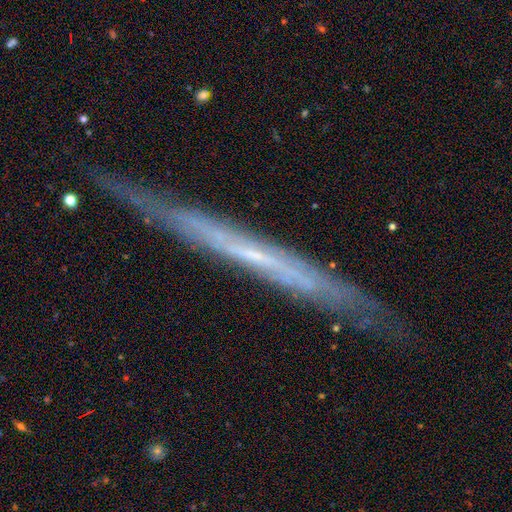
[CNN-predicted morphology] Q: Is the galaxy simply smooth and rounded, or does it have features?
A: featured or disk — 70%.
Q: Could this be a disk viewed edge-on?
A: yes — 90%.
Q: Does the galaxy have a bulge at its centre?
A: none — 84%.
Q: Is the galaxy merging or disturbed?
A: none — 83%.